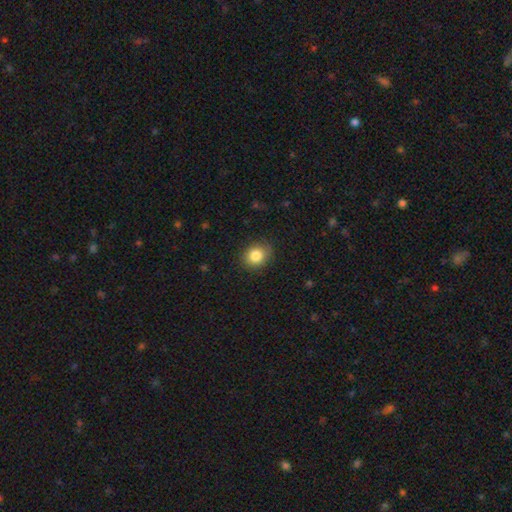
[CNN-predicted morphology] A smooth galaxy with no disk features (85%) that is round (64%). Merging: none (85%).